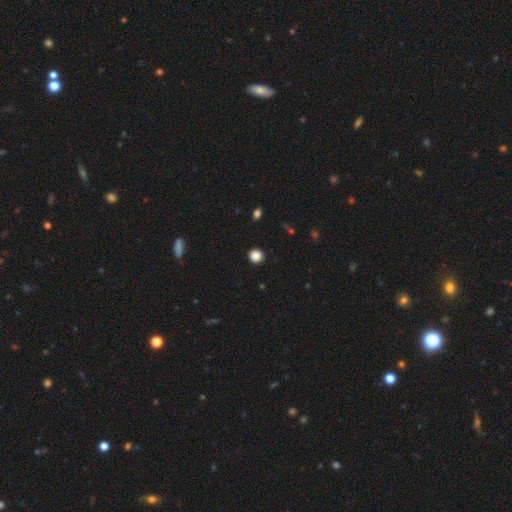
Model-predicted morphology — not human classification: smooth_or_featured: smooth (p=0.86) [alt: star or artifact p=0.11]
how_rounded: round (p=0.94) [alt: in between p=0.05]
merging: none (p=0.93) [alt: minor disturbance p=0.04]